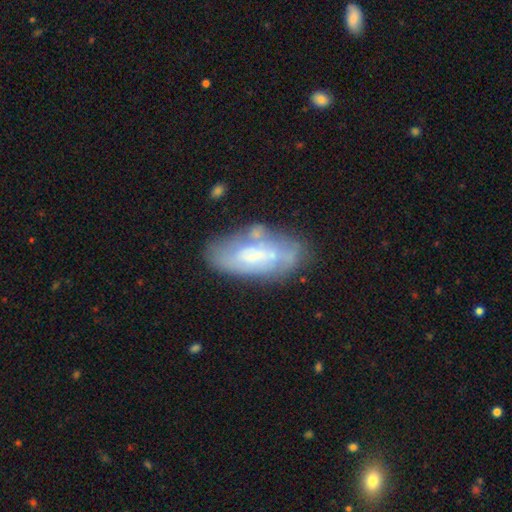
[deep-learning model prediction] Morphology: type=featured or disk (53%); edge-on=no (88%); merging=none (58%).